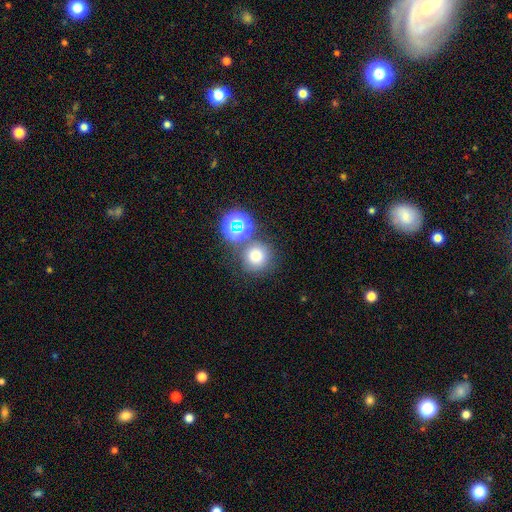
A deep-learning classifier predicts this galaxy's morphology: Smooth or featured?
  - smooth: 71% *
  - star or artifact: 21%
  - featured or disk: 8%
How rounded?
  - round: 93% *
  - in between: 6%
  - cigar-shaped: 1%
Merging?
  - none: 72% *
  - merger: 16%
  - minor disturbance: 9%
  - major disturbance: 4%